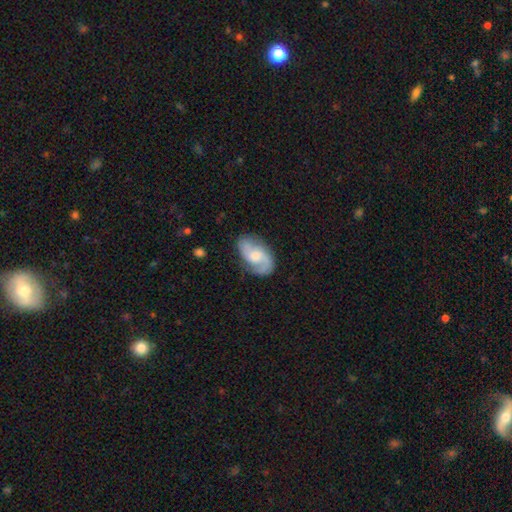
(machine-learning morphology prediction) This appears to be a featured or disk galaxy (77%) with no bar (50%), 2 (87%) medium (49%) spiral arms (95%) and a moderate central bulge (50%). Merging: none (76%).